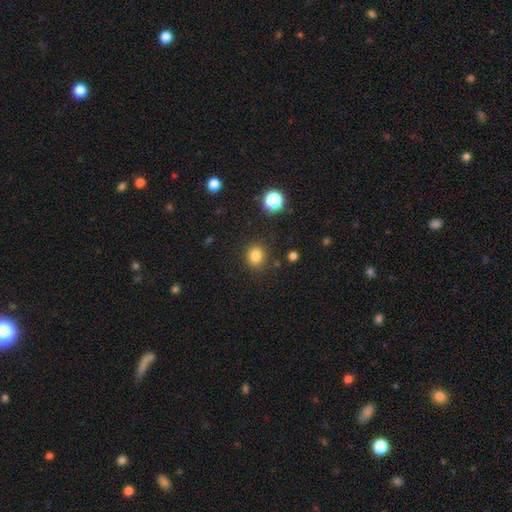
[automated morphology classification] Smooth or featured? smooth (82%)
How rounded? round (74%)
Merging? none (85%)